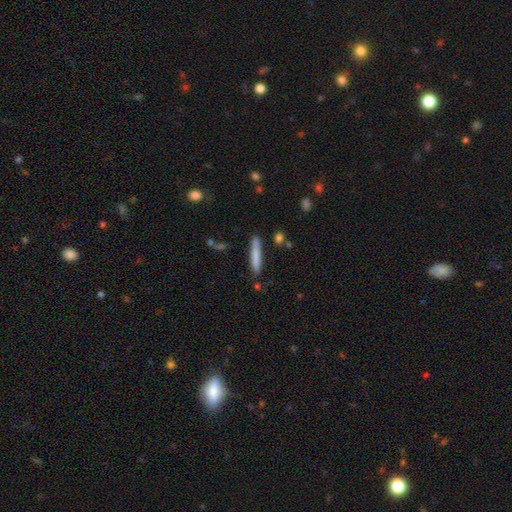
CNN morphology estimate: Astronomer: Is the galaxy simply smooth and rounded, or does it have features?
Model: smooth — 76%.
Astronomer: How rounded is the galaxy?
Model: cigar-shaped — 94%.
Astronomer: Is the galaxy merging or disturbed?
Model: none — 83%.